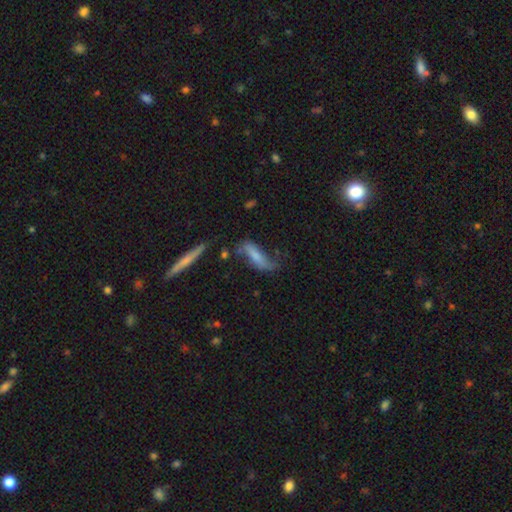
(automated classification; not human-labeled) Q: Smooth or featured?
A: smooth (53%); runner-up: featured or disk (39%)
Q: How rounded?
A: cigar-shaped (57%); runner-up: in between (41%)
Q: Merging?
A: none (43%); runner-up: minor disturbance (30%)